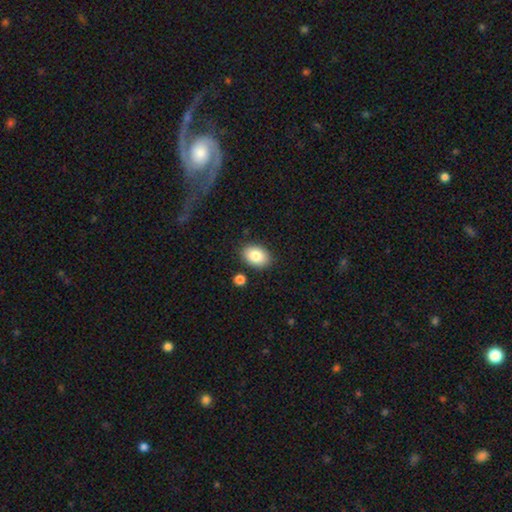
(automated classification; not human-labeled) smooth-or-featured: smooth: 84% | featured or disk: 8% | star or artifact: 8%
  how-rounded: in between: 79% | round: 20% | cigar-shaped: 1%
  merging: none: 85% | minor disturbance: 9% | merger: 4% | major disturbance: 2%